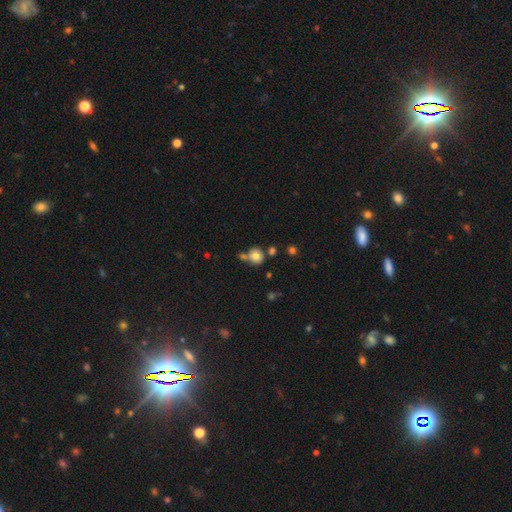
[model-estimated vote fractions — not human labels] Smooth or featured?
  - smooth: 75% *
  - featured or disk: 13%
  - star or artifact: 12%
How rounded?
  - round: 85% *
  - in between: 14%
  - cigar-shaped: 1%
Merging?
  - none: 60% *
  - merger: 22%
  - minor disturbance: 13%
  - major disturbance: 5%